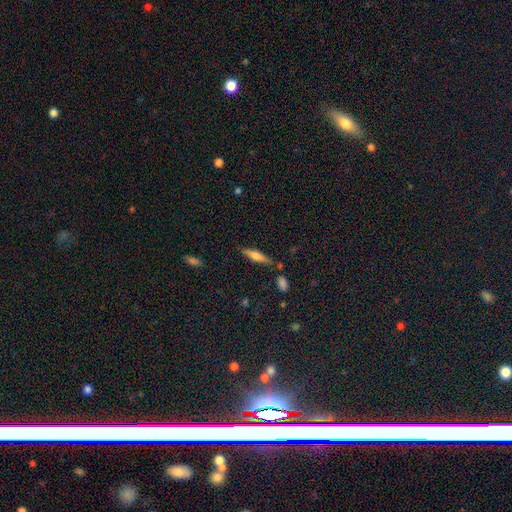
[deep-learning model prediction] Overall: smooth (50%; featured or disk 42%). Merging: none (81%).